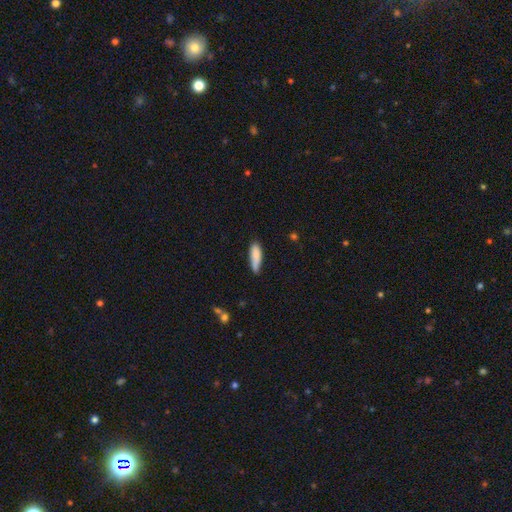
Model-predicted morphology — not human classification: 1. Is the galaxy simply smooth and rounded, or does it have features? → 83% smooth, 10% featured or disk, 6% star or artifact.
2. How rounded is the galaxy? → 56% cigar-shaped, 42% in between, 2% round.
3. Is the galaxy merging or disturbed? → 63% none, 29% minor disturbance, 5% major disturbance, 3% merger.